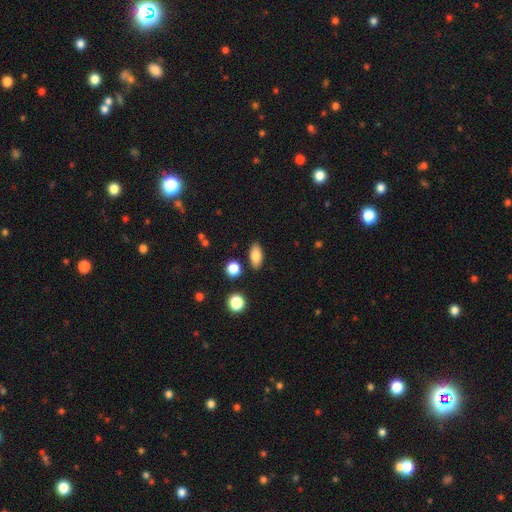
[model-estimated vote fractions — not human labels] Smooth or featured?
  - smooth: 81% *
  - featured or disk: 10%
  - star or artifact: 9%
How rounded?
  - in between: 86% *
  - cigar-shaped: 8%
  - round: 6%
Merging?
  - none: 86% *
  - minor disturbance: 9%
  - merger: 3%
  - major disturbance: 2%